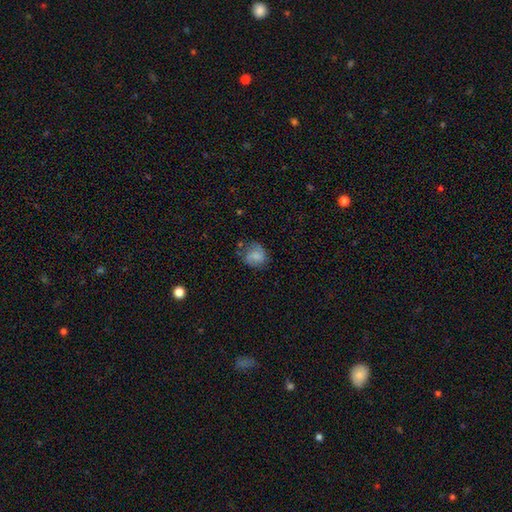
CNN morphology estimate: A smooth galaxy with no disk features (52%) that is round (67%).

Vote fractions:
- Smooth or featured? smooth: 52% / featured or disk: 39% / star or artifact: 9%
- How rounded? round: 67% / in between: 31% / cigar-shaped: 1%
- Merging? none: 60% / minor disturbance: 25% / major disturbance: 11% / merger: 4%